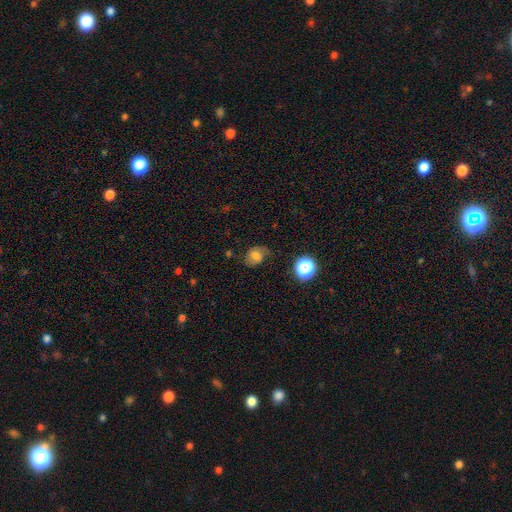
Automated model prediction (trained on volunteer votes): A smooth galaxy with no disk features (54%) that is in between round and cigar-shaped (52%).

Vote fractions:
- Smooth or featured? smooth: 54% / featured or disk: 30% / star or artifact: 16%
- How rounded? in between: 52% / round: 47% / cigar-shaped: 1%
- Merging? none: 60% / minor disturbance: 26% / major disturbance: 11% / merger: 2%